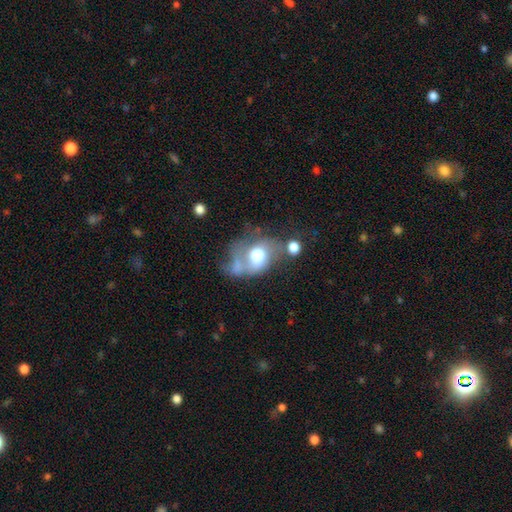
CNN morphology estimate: smooth-or-featured: smooth: 47% | featured or disk: 43% | star or artifact: 10%
  merging: major disturbance: 35% | merger: 25% | none: 21% | minor disturbance: 19%